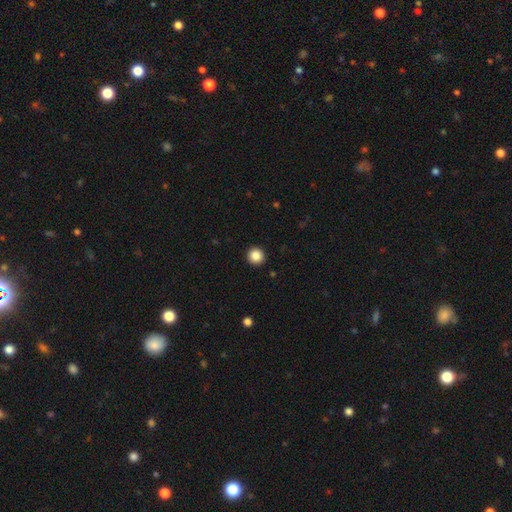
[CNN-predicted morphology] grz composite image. It shows a smooth galaxy with no disk features (87%) that is round (95%). Merging: none (93%).